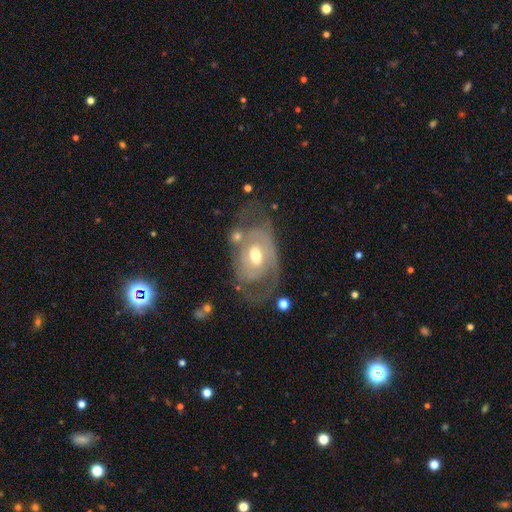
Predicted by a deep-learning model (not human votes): A featured or disk galaxy (74%) with no bar (55%), spiral arms (65%) and a moderate central bulge (70%).

Vote fractions:
- Smooth or featured? featured or disk: 74% / smooth: 20% / star or artifact: 6%
- Edge-on disk? no: 94% / yes: 6%
- Bar? no: 55% / weak: 35% / strong: 9%
- Spiral arms? yes: 65% / no: 35%
- Bulge size? moderate: 70% / small: 22% / large: 6% / none: 1% / dominant: 1%
- Merging? none: 50% / minor disturbance: 22% / major disturbance: 21% / merger: 7%